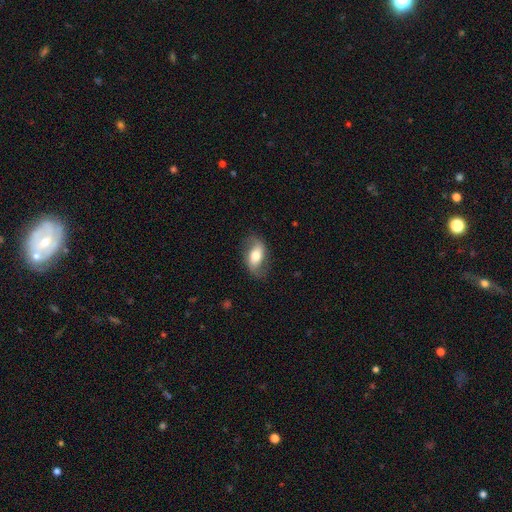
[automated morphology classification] type=featured or disk (55%); edge-on=no (89%); merging=none (75%).